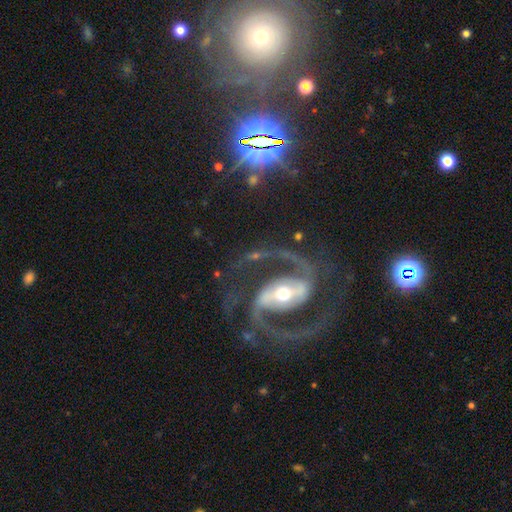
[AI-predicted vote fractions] This appears to be a featured or disk galaxy (90%) with a strong bar (57%), 2 (93%) medium (62%) spiral arms (98%) and a moderate central bulge (52%). Merging: none (76%).